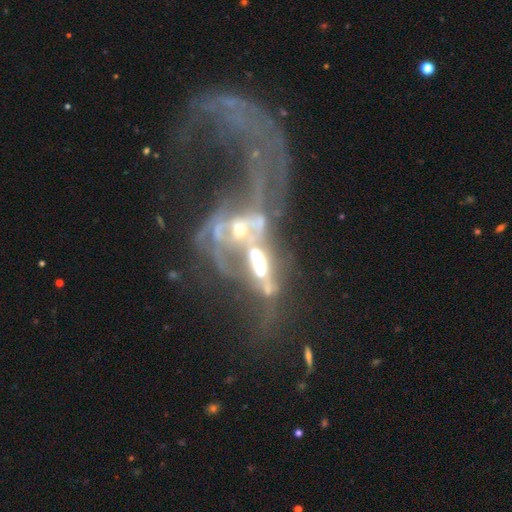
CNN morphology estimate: Overall: featured or disk (72%). Edge-on disk: no (92%). Bar: no (65%). Spiral arms: no (55%; yes 45%). Bulge size: moderate (40%; small 28%). Merging: merger (63%; major disturbance 26%).